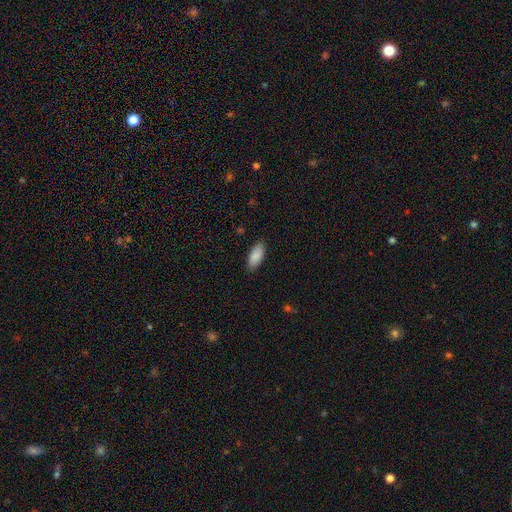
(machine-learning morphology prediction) The model was most divided on "how rounded": in between: 86%, cigar-shaped: 13%, round: 2%. More confident: smooth or featured — smooth (90%); merging — none (87%).